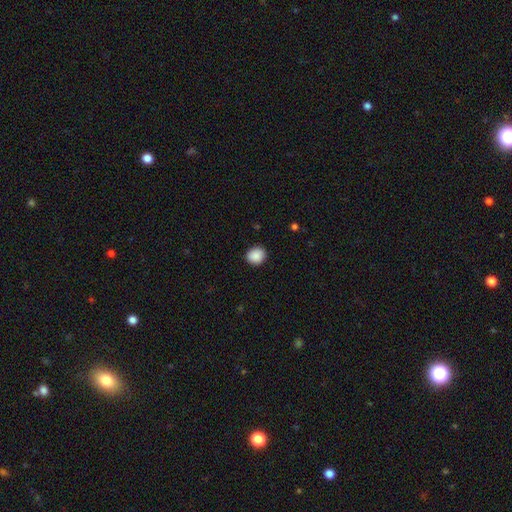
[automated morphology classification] Smooth or featured?
  - smooth: 89% *
  - star or artifact: 8%
  - featured or disk: 3%
How rounded?
  - round: 77% *
  - in between: 23%
  - cigar-shaped: 1%
Merging?
  - none: 89% *
  - minor disturbance: 8%
  - major disturbance: 2%
  - merger: 1%